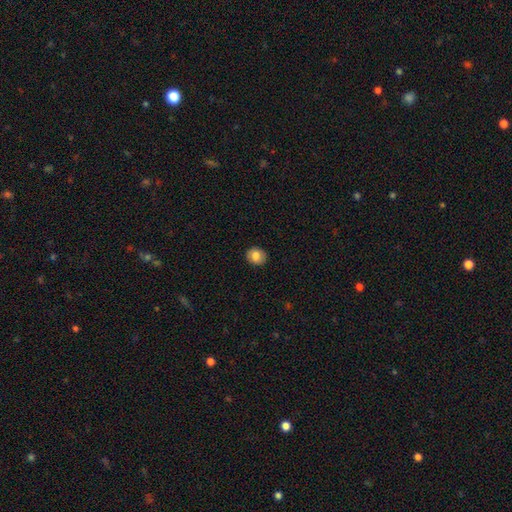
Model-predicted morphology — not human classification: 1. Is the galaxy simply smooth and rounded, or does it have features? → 82% smooth, 9% featured or disk, 8% star or artifact.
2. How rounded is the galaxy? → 76% round, 23% in between, 1% cigar-shaped.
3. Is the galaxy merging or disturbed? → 91% none, 7% minor disturbance, 2% major disturbance, 1% merger.